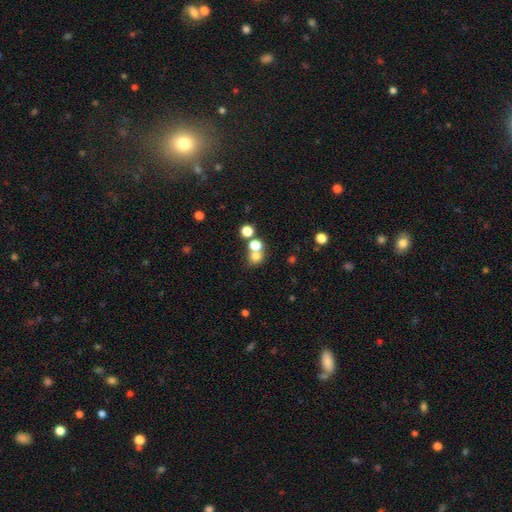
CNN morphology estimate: Q: Smooth or featured?
A: smooth (72%); runner-up: star or artifact (17%)
Q: How rounded?
A: round (77%); runner-up: in between (22%)
Q: Merging?
A: none (46%); runner-up: merger (41%)